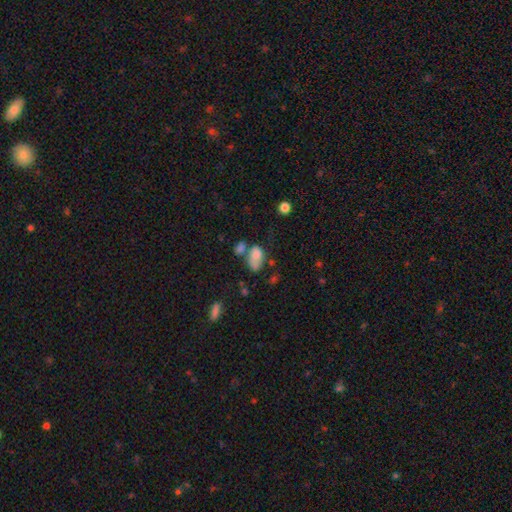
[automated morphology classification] Smooth or featured: smooth — 77% (featured or disk — 13%)
How rounded: in between — 87% (round — 11%)
Merging: merger — 34% (none — 28%)